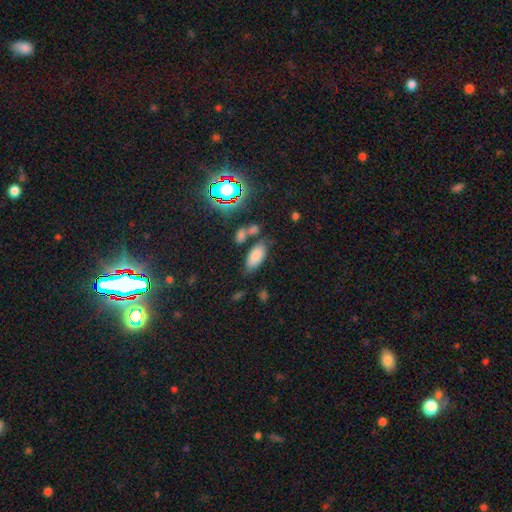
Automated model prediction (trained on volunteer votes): Overall: smooth (78%). How rounded: in between (90%). Merging: none (65%).